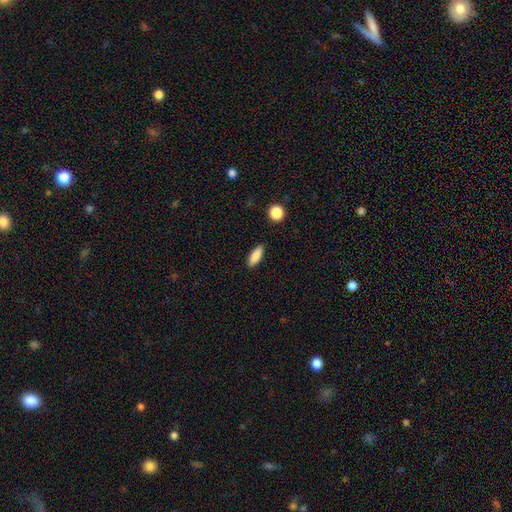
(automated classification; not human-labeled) Smooth or featured? Predicted: smooth (p=0.86). How rounded? Predicted: in between (p=0.63). Merging? Predicted: none (p=0.87).